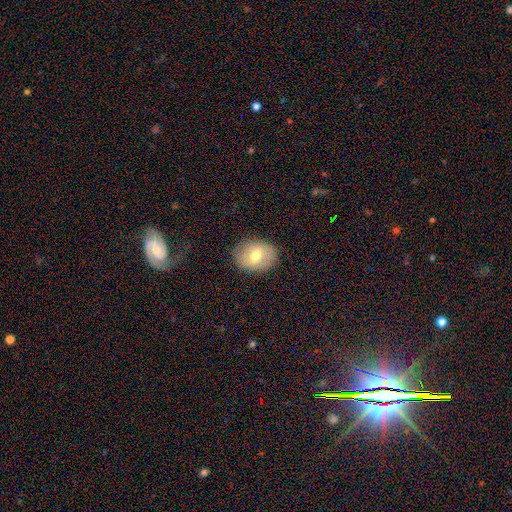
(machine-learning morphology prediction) Smooth or featured? smooth (50%)
How rounded? in between (50%)
Merging? none (84%)